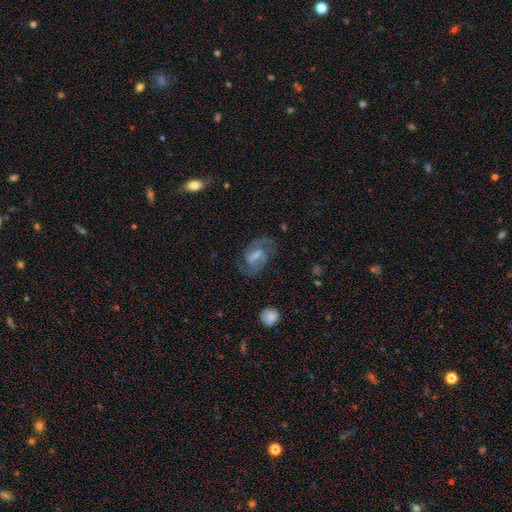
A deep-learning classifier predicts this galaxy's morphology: Q: Smooth or featured?
A: featured or disk (68%); runner-up: smooth (24%)
Q: Edge-on disk?
A: no (96%); runner-up: yes (4%)
Q: Bar?
A: weak (46%); runner-up: strong (37%)
Q: Spiral arms?
A: yes (85%); runner-up: no (15%)
Q: Spiral winding?
A: medium (53%); runner-up: tight (25%)
Q: Spiral arm count?
A: 2 (83%); runner-up: can't tell (9%)
Q: Bulge size?
A: moderate (30%); runner-up: small (29%)
Q: Merging?
A: none (66%); runner-up: minor disturbance (19%)